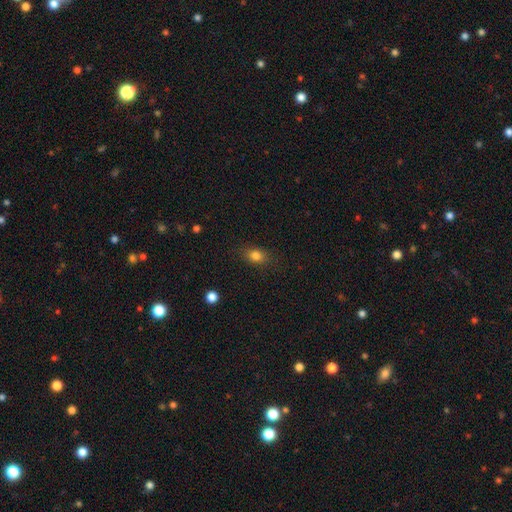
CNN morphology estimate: Smooth or featured? Predicted: smooth (p=0.81). How rounded? Predicted: in between (p=0.64). Merging? Predicted: none (p=0.82).